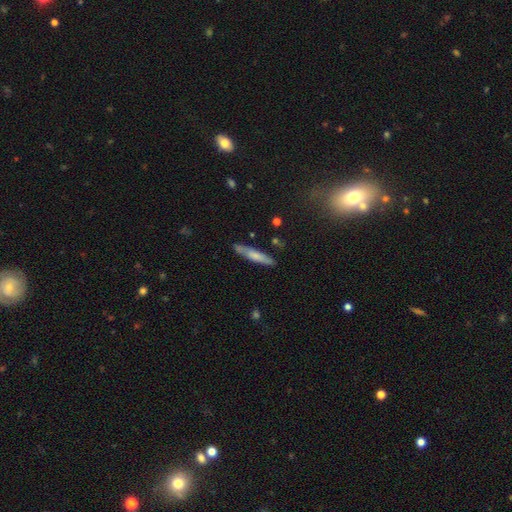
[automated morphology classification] type=smooth (65%); roundness=cigar-shaped (88%); merging=none (82%).